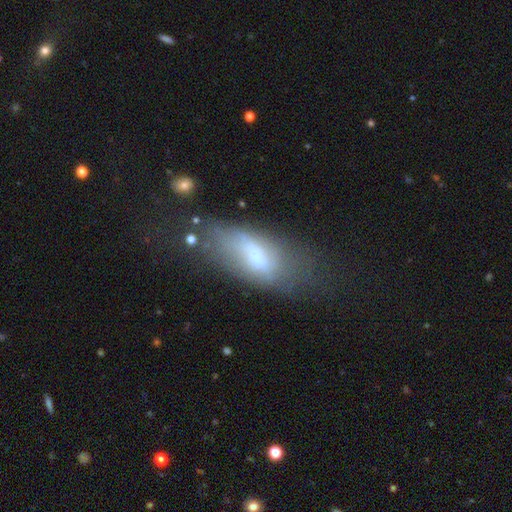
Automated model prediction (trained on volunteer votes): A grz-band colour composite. It shows a smooth galaxy with no disk features (54%) that is in between round and cigar-shaped (73%). Merging: none (41%).